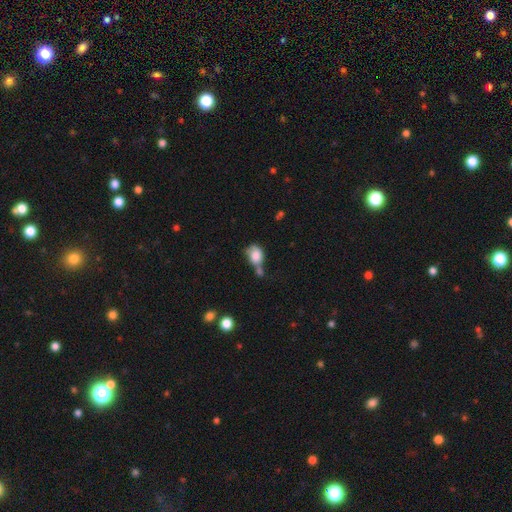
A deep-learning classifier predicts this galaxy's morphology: A smooth galaxy with no disk features (79%) that is in between round and cigar-shaped (59%).

Vote fractions:
- Smooth or featured? smooth: 79% / featured or disk: 12% / star or artifact: 9%
- How rounded? in between: 59% / round: 40% / cigar-shaped: 2%
- Merging? merger: 40% / none: 25% / minor disturbance: 21% / major disturbance: 14%